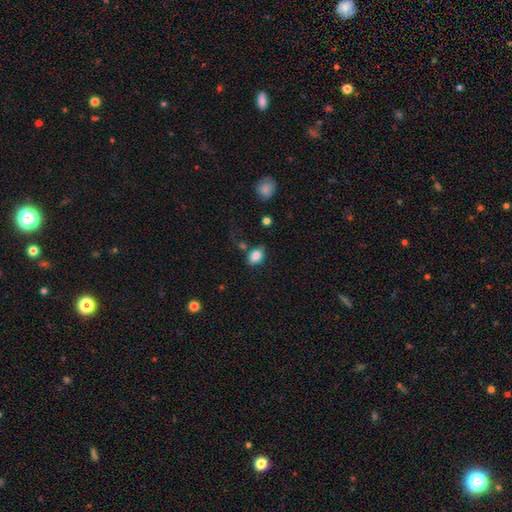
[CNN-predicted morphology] This appears to be a smooth galaxy with no disk features (85%) that is in between round and cigar-shaped (73%). Merging: none (69%).